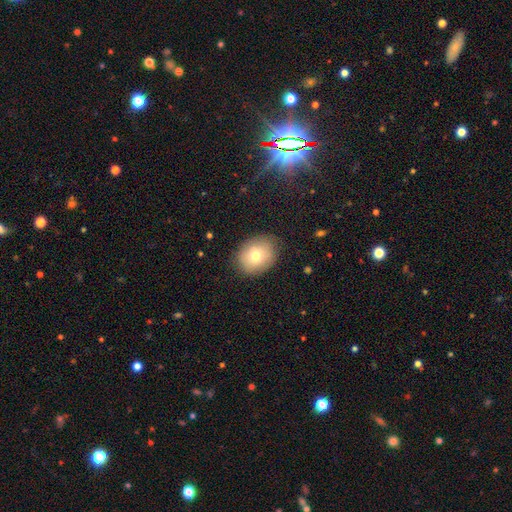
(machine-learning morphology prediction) Smooth or featured: smooth — 73% (featured or disk — 18%)
How rounded: in between — 51% (round — 48%)
Merging: none — 82% (minor disturbance — 14%)